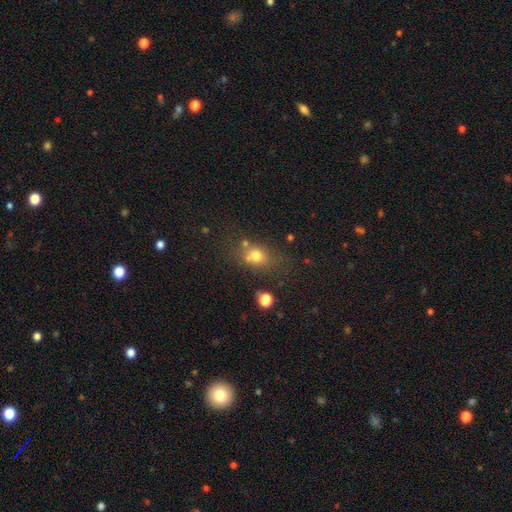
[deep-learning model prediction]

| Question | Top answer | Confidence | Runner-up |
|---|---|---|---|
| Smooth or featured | smooth | 71% | star or artifact (15%) |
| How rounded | round | 55% | in between (43%) |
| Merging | none | 56% | minor disturbance (18%) |